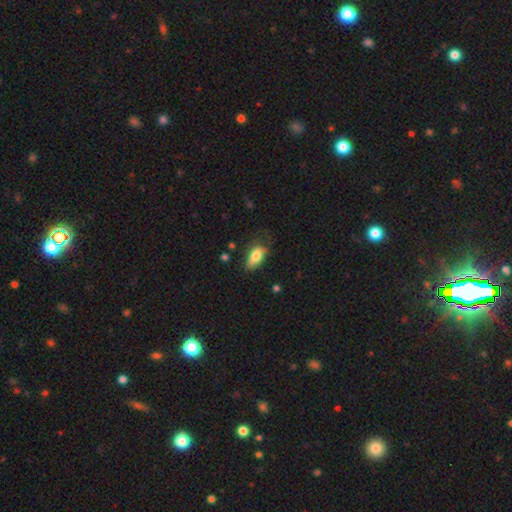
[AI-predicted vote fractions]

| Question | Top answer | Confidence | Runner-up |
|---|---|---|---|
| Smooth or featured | smooth | 75% | featured or disk (17%) |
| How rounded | in between | 87% | cigar-shaped (8%) |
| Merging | none | 54% | minor disturbance (33%) |